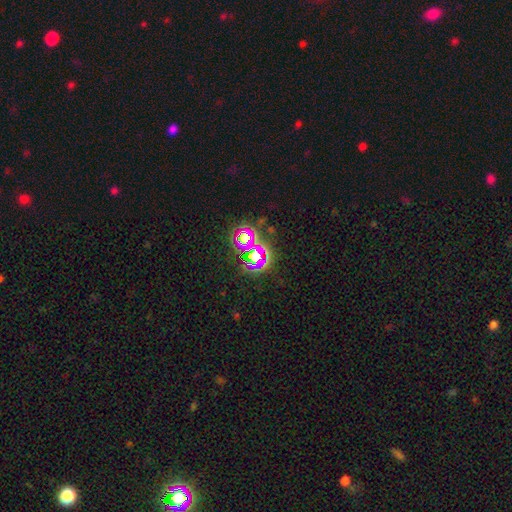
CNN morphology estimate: Smooth or featured? star or artifact (69%)